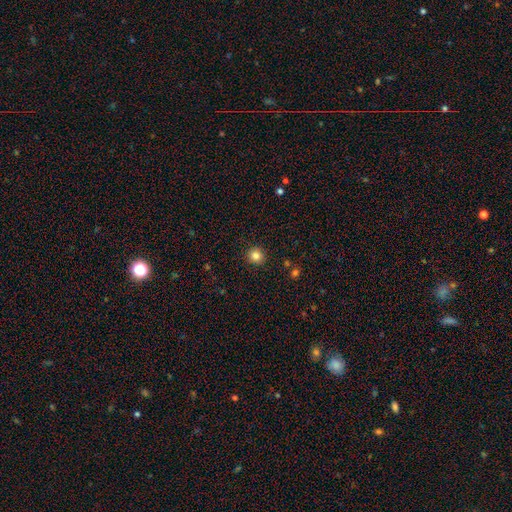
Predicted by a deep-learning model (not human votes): Smooth or featured? smooth (84%)
How rounded? round (92%)
Merging? none (92%)